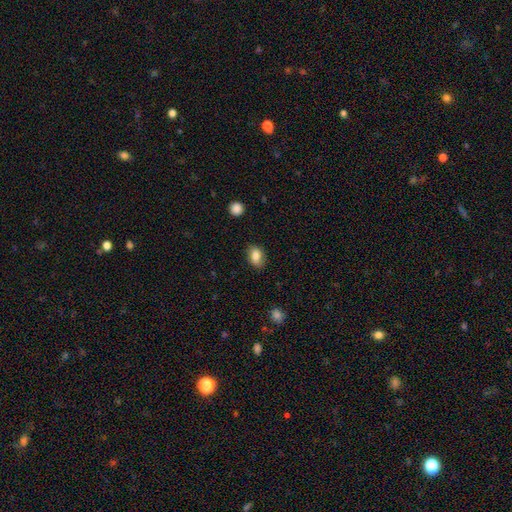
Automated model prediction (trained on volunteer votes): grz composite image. It shows a smooth galaxy with no disk features (84%) that is in between round and cigar-shaped (84%). Merging: none (82%).